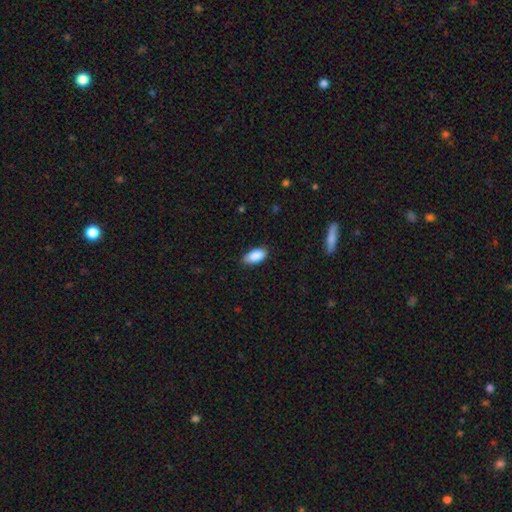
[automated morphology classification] type=smooth (89%); roundness=in between (91%); merging=none (83%).